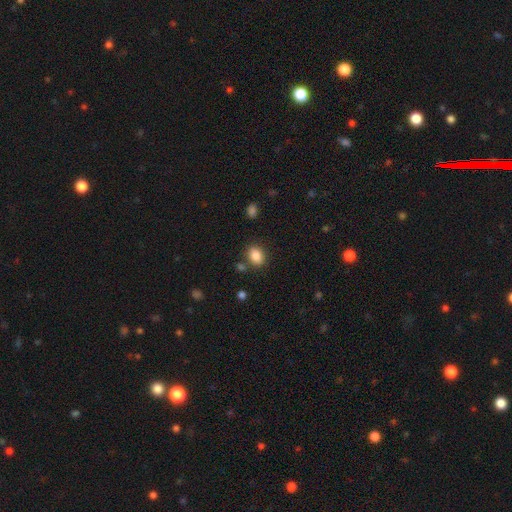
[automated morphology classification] A smooth galaxy with no disk features (86%) that is in between round and cigar-shaped (64%).

Vote fractions:
- Smooth or featured? smooth: 86% / star or artifact: 9% / featured or disk: 5%
- How rounded? in between: 64% / round: 35% / cigar-shaped: 1%
- Merging? none: 79% / minor disturbance: 11% / merger: 6% / major disturbance: 4%